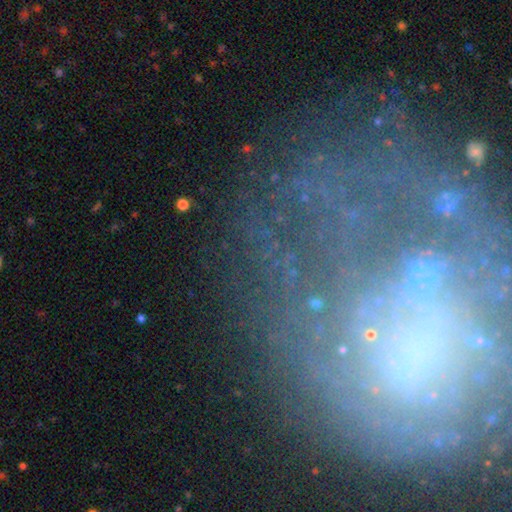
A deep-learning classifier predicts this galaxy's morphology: Smooth or featured?
  - featured or disk: 53% *
  - star or artifact: 30%
  - smooth: 17%
Edge-on disk?
  - no: 90% *
  - yes: 10%
Merging?
  - none: 67% *
  - minor disturbance: 15%
  - major disturbance: 13%
  - merger: 5%